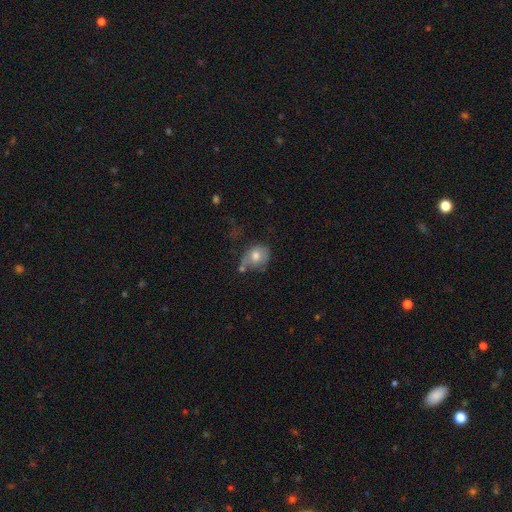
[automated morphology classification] smooth_or_featured: smooth (p=0.68) [alt: featured or disk p=0.23]
how_rounded: round (p=0.54) [alt: in between p=0.45]
merging: none (p=0.41) [alt: minor disturbance p=0.30]